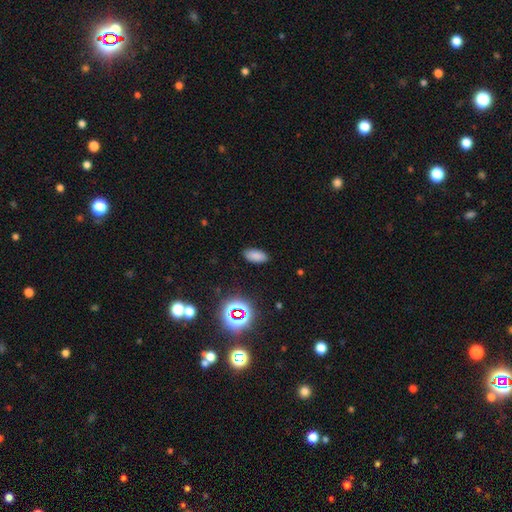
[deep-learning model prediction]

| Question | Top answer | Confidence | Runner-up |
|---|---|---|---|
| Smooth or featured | smooth | 80% | star or artifact (15%) |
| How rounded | in between | 91% | cigar-shaped (5%) |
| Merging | none | 88% | minor disturbance (9%) |